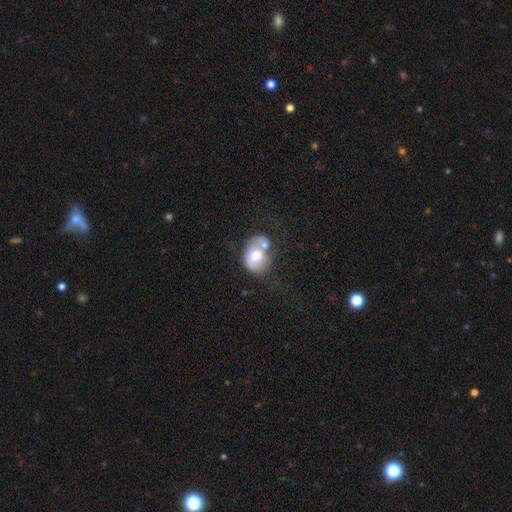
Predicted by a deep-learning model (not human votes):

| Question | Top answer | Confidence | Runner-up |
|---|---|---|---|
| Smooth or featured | smooth | 65% | featured or disk (27%) |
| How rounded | in between | 51% | round (48%) |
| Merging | merger | 38% | none (35%) |